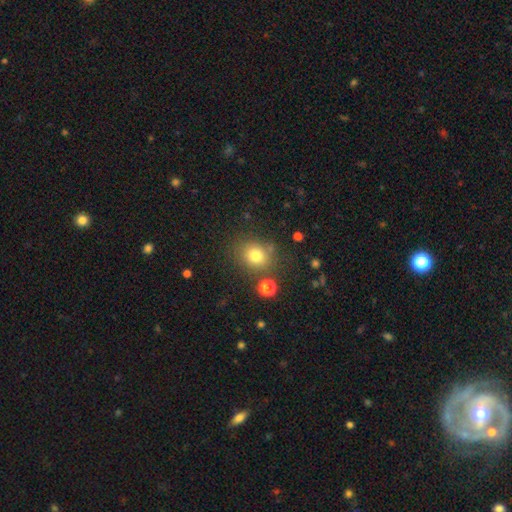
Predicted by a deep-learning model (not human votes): smooth 78%, star or artifact 14%, featured or disk 8%. Down the decision tree: how rounded — round (74%); merging — none (76%).